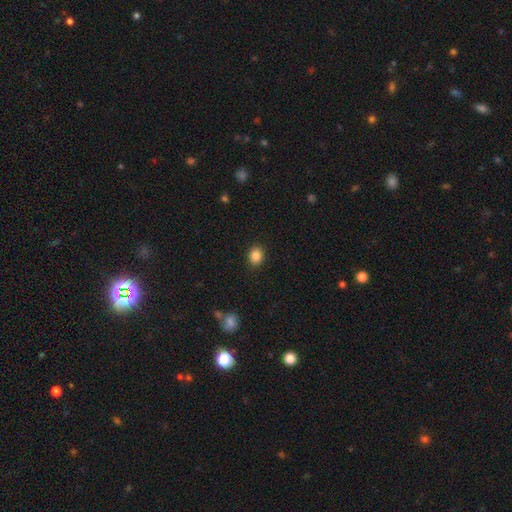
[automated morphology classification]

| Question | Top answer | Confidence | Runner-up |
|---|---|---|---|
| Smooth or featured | smooth | 86% | star or artifact (10%) |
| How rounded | round | 59% | in between (40%) |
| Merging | none | 90% | minor disturbance (7%) |